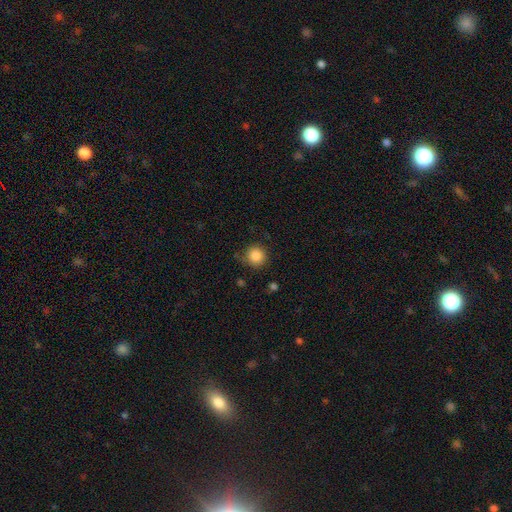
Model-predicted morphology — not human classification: Overall: smooth (85%). How rounded: round (93%). Merging: none (81%).